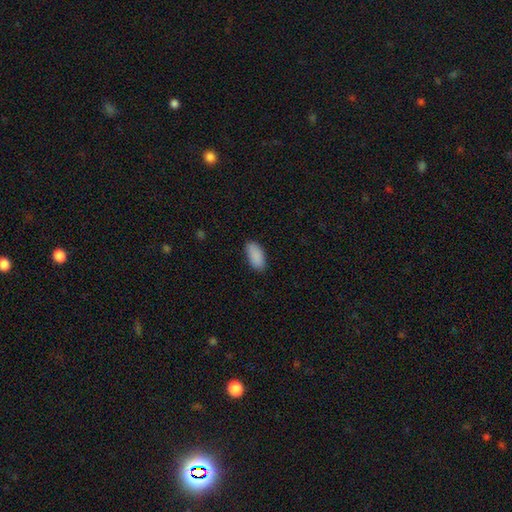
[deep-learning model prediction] The model was most divided on "merging": none: 84%, minor disturbance: 13%, major disturbance: 2%, merger: 1%. More confident: how rounded — in between (91%); smooth or featured — smooth (90%).